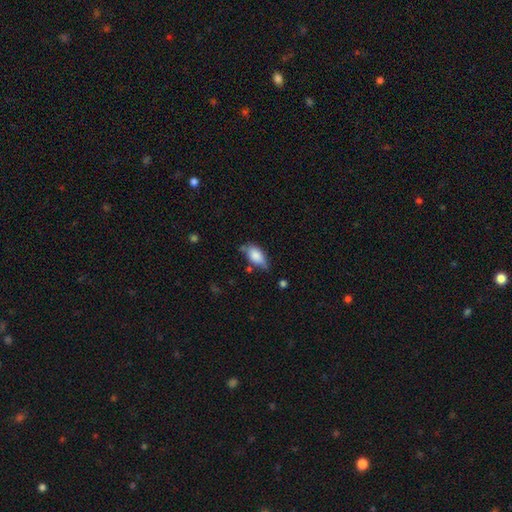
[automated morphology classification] Smooth or featured? Predicted: smooth (p=0.80). How rounded? Predicted: in between (p=0.89). Merging? Predicted: none (p=0.49).